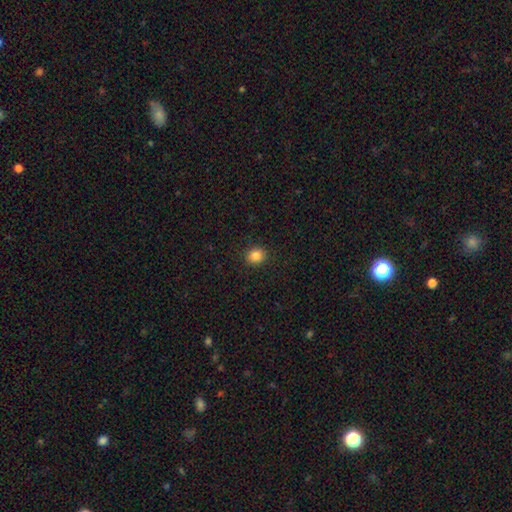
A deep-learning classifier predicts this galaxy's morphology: This is clearly a smooth galaxy (85%). How rounded: likely round (79%). Merging: clearly none (92%).